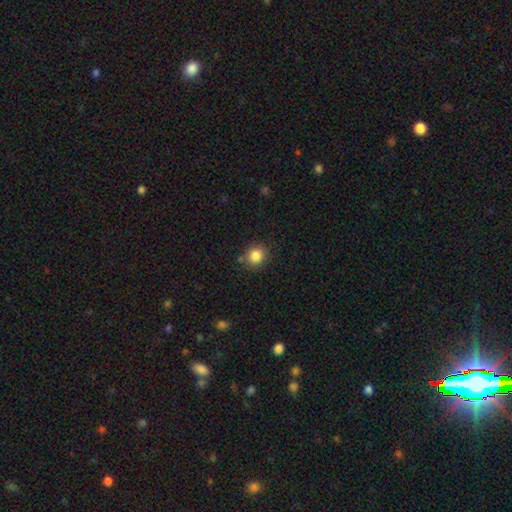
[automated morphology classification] Overall: smooth (85%). How rounded: round (84%). Merging: none (83%).